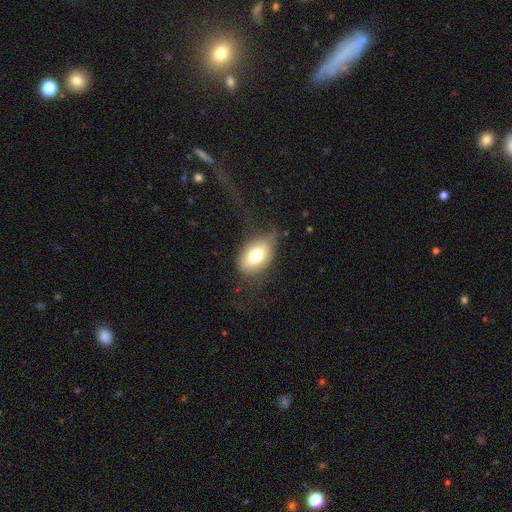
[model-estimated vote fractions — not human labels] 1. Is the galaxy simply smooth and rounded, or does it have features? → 72% smooth, 20% featured or disk, 8% star or artifact.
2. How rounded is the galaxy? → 87% in between, 11% round, 2% cigar-shaped.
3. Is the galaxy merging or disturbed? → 51% none, 27% minor disturbance, 21% major disturbance, 2% merger.